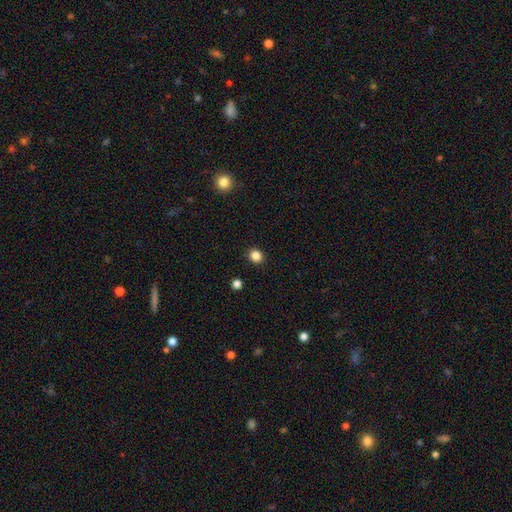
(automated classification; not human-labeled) A smooth galaxy with no disk features (85%) that is round (84%). Merging: none (91%).